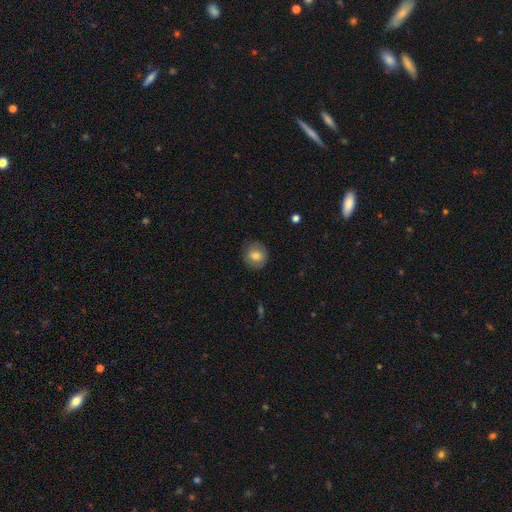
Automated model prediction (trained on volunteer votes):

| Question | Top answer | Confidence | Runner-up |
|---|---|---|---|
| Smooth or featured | smooth | 74% | featured or disk (16%) |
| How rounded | round | 89% | in between (10%) |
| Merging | none | 86% | minor disturbance (10%) |